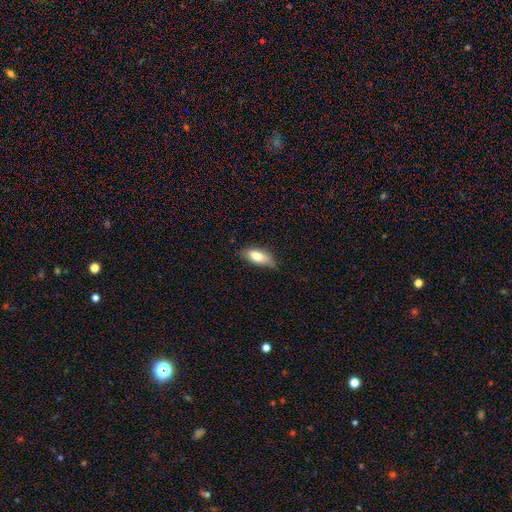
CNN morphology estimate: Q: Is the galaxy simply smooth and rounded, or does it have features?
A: smooth — 76%.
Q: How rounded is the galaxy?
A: in between — 79%.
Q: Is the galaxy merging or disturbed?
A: none — 64%.